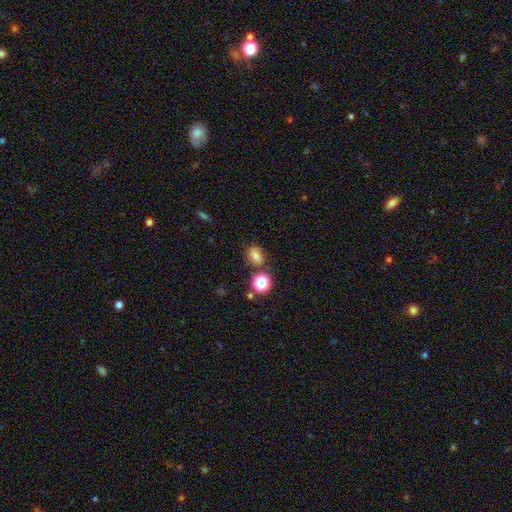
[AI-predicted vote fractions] A smooth galaxy with no disk features (72%) that is round (52%). Merging: none (73%).